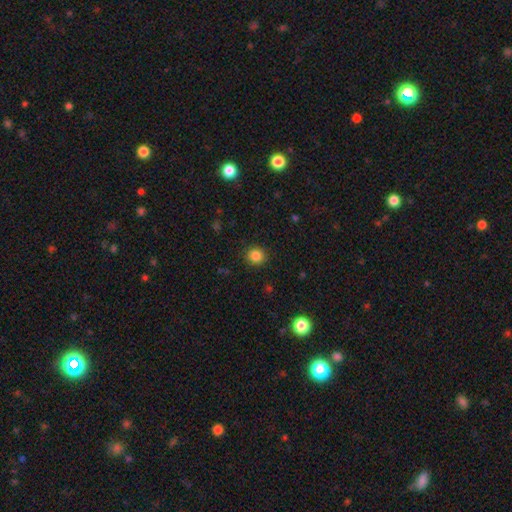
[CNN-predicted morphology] A smooth galaxy with no disk features (84%) that is round (89%).

Vote fractions:
- Smooth or featured? smooth: 84% / star or artifact: 11% / featured or disk: 4%
- How rounded? round: 89% / in between: 10% / cigar-shaped: 1%
- Merging? none: 91% / minor disturbance: 6% / major disturbance: 2% / merger: 1%